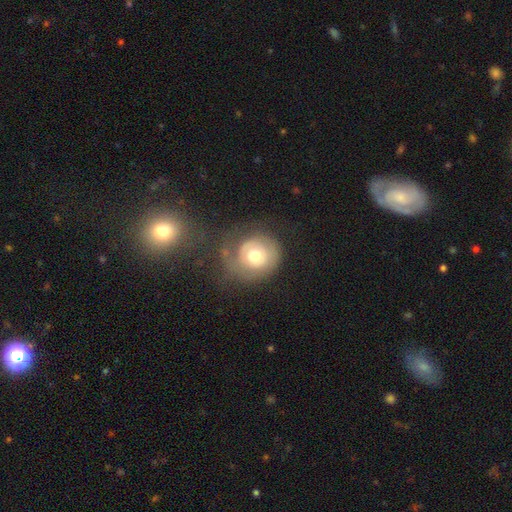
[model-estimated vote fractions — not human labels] smooth_or_featured: smooth (p=0.53) [alt: featured or disk p=0.38]
how_rounded: round (p=0.84) [alt: in between p=0.15]
merging: none (p=0.49) [alt: minor disturbance p=0.24]